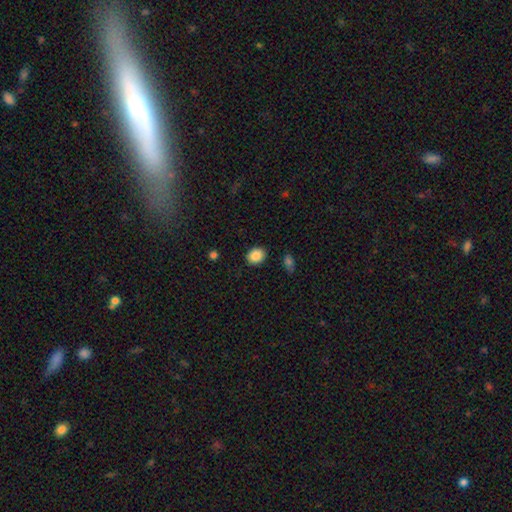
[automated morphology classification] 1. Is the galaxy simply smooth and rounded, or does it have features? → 87% smooth, 9% star or artifact, 4% featured or disk.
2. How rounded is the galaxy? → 50% round, 49% in between, 1% cigar-shaped.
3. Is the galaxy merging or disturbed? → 88% none, 8% minor disturbance, 2% major disturbance, 2% merger.